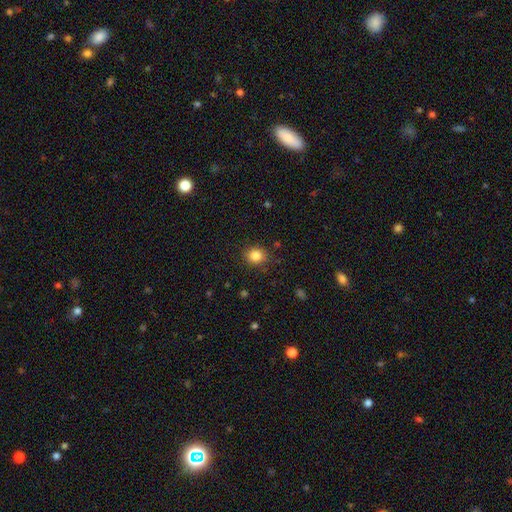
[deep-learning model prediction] Smooth or featured? Predicted: smooth (p=0.84). How rounded? Predicted: round (p=0.75). Merging? Predicted: none (p=0.86).